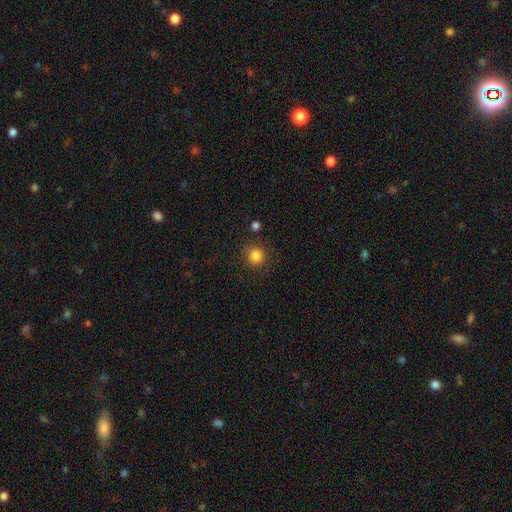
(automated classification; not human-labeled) This appears to be a smooth galaxy with no disk features (84%) that is round (90%). Merging: none (85%).